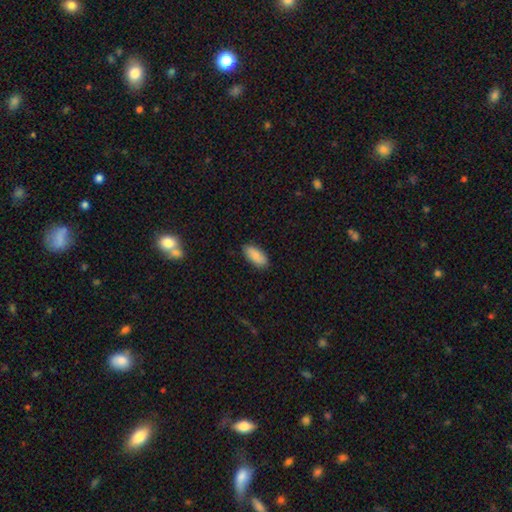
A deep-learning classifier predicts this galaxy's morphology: smooth 87%, featured or disk 7%, star or artifact 6%. Down the decision tree: how rounded — in between (89%); merging — none (87%).